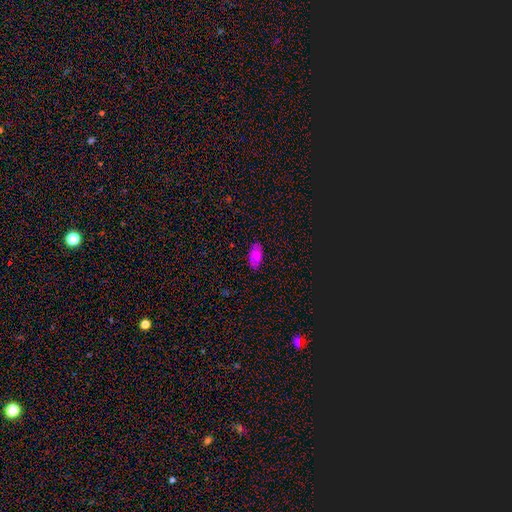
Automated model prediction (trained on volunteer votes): Smooth or featured?
  - smooth: 75% *
  - featured or disk: 17%
  - star or artifact: 8%
How rounded?
  - in between: 94% *
  - cigar-shaped: 3%
  - round: 3%
Merging?
  - none: 85% *
  - minor disturbance: 12%
  - major disturbance: 2%
  - merger: 1%